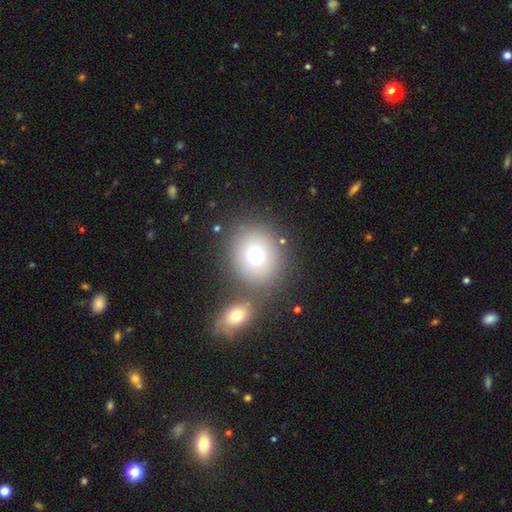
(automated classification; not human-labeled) A smooth galaxy with no disk features (73%) that is round (77%).

Vote fractions:
- Smooth or featured? smooth: 73% / featured or disk: 14% / star or artifact: 13%
- How rounded? round: 77% / in between: 22% / cigar-shaped: 1%
- Merging? none: 65% / merger: 22% / minor disturbance: 9% / major disturbance: 4%